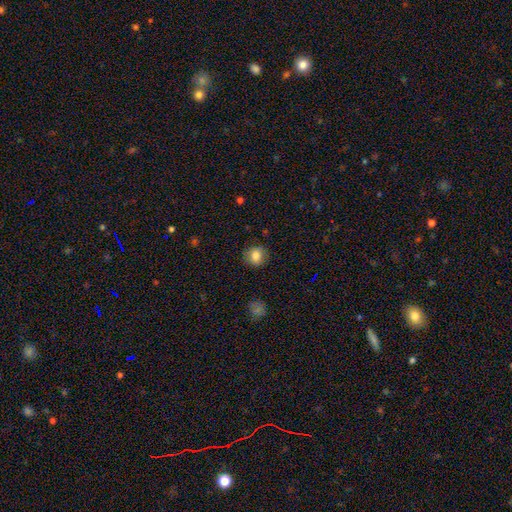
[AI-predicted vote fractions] The model was most divided on "how rounded": round: 82%, in between: 17%, cigar-shaped: 1%. More confident: merging — none (86%); smooth or featured — smooth (82%).